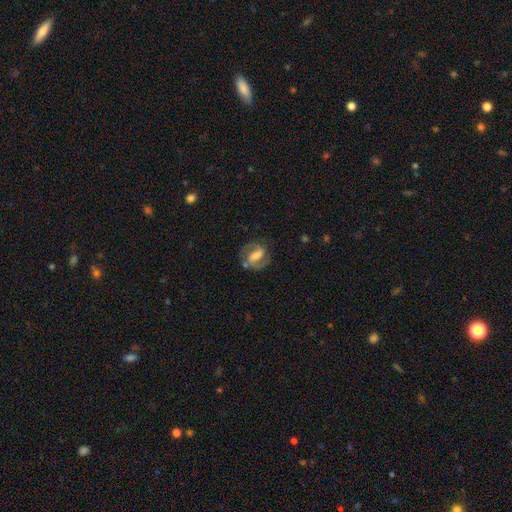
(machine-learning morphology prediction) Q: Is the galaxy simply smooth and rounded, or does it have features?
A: featured or disk — 76%.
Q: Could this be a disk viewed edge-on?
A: no — 96%.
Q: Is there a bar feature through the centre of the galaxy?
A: strong — 49%.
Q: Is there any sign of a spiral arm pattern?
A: yes — 89%.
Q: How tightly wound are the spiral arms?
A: medium — 52%.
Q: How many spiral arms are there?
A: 2 — 87%.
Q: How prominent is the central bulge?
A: moderate — 36%.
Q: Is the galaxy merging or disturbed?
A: none — 70%.